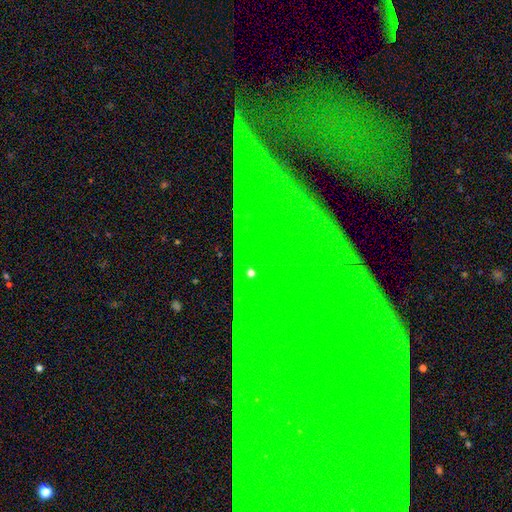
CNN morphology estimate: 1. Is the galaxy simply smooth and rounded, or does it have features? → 81% star or artifact, 11% featured or disk, 8% smooth.